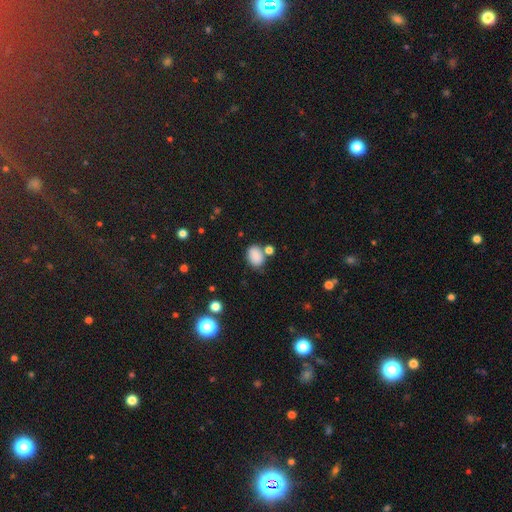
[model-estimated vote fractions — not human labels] Morphology: type=smooth (85%); roundness=in between (77%); merging=none (65%).